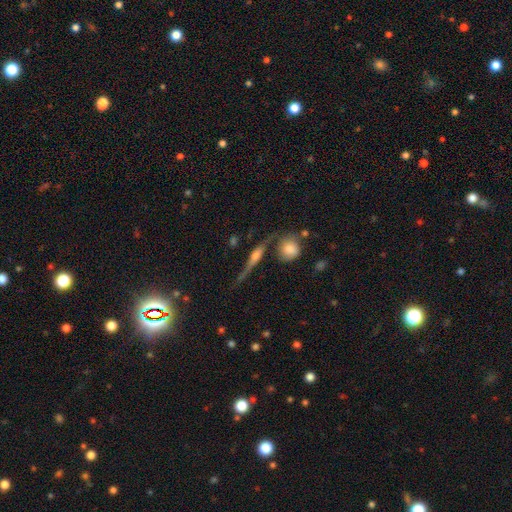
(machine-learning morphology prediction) smooth_or_featured: featured or disk (p=0.74) [alt: smooth p=0.17]
disk_edge_on: yes (p=0.88) [alt: no p=0.12]
edge_on_bulge: rounded (p=0.75) [alt: boxy p=0.16]
merging: none (p=0.66) [alt: minor disturbance p=0.17]